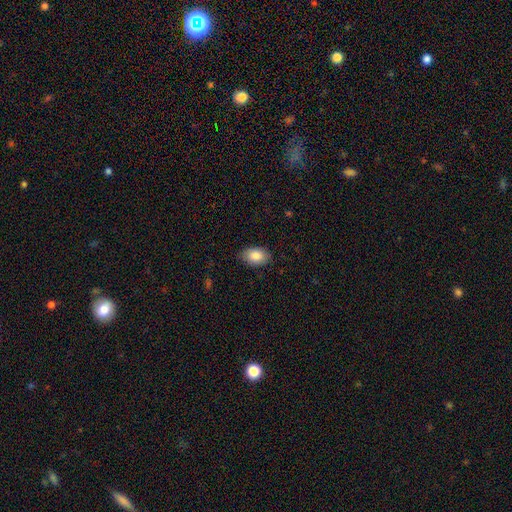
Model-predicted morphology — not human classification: Smooth or featured? smooth (88%)
How rounded? in between (88%)
Merging? none (83%)